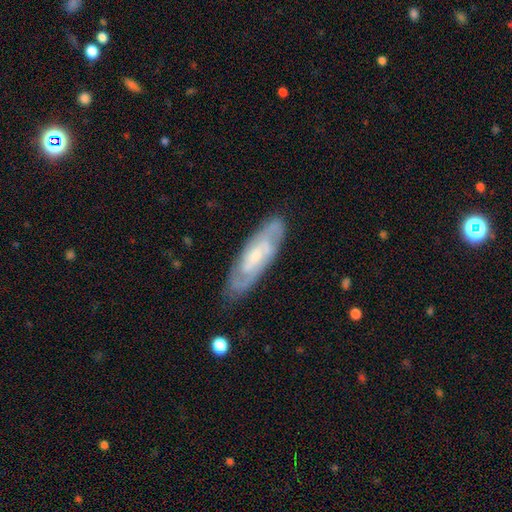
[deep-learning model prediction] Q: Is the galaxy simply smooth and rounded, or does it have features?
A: featured or disk — 76%.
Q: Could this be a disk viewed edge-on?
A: no — 85%.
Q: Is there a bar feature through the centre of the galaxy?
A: no — 48%.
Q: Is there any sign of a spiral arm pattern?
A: yes — 92%.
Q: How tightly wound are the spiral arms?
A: tight — 54%.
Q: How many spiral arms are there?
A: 2 — 55%.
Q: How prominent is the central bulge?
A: small — 55%.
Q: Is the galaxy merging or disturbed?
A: none — 81%.